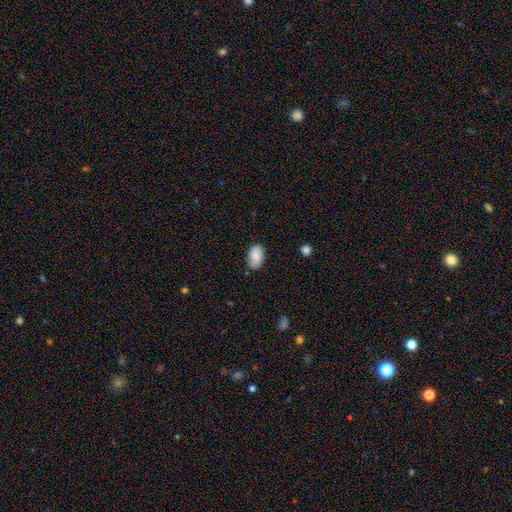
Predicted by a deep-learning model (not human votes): A smooth galaxy with no disk features (79%) that is in between round and cigar-shaped (89%).

Vote fractions:
- Smooth or featured? smooth: 79% / featured or disk: 14% / star or artifact: 7%
- How rounded? in between: 89% / round: 10% / cigar-shaped: 1%
- Merging? none: 81% / minor disturbance: 15% / major disturbance: 3% / merger: 1%